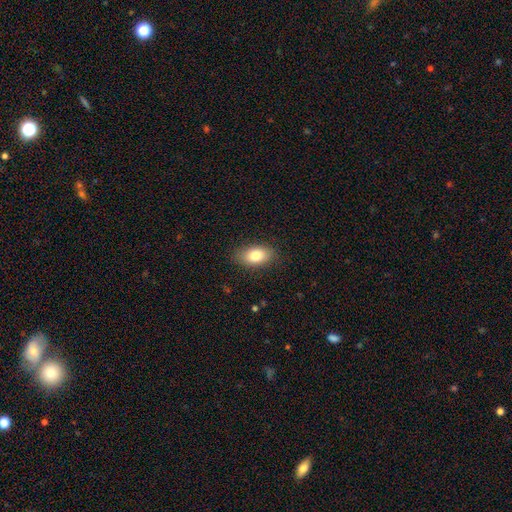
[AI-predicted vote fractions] The model was most divided on "smooth or featured": smooth: 82%, featured or disk: 11%, star or artifact: 7%. More confident: how rounded — in between (90%); merging — none (85%).